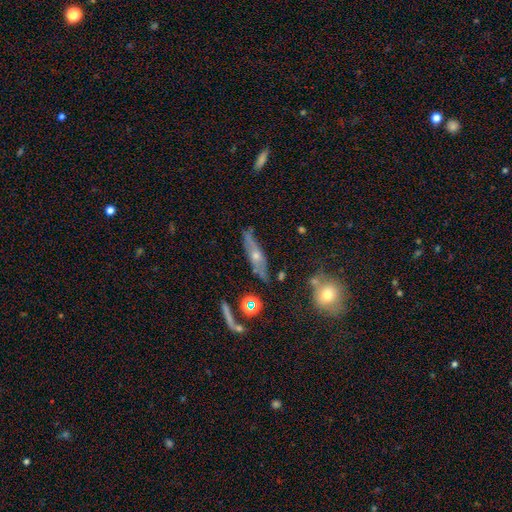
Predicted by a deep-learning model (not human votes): smooth_or_featured: featured or disk (p=0.56) [alt: smooth p=0.33]
disk_edge_on: yes (p=0.67) [alt: no p=0.33]
merging: none (p=0.70) [alt: minor disturbance p=0.19]